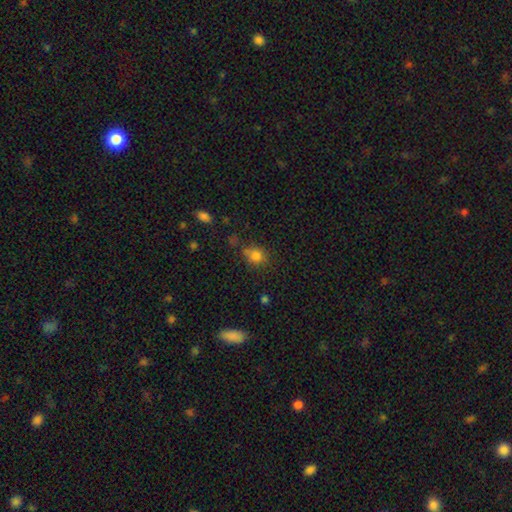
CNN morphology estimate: type=smooth (80%); roundness=round (66%); merging=none (59%).